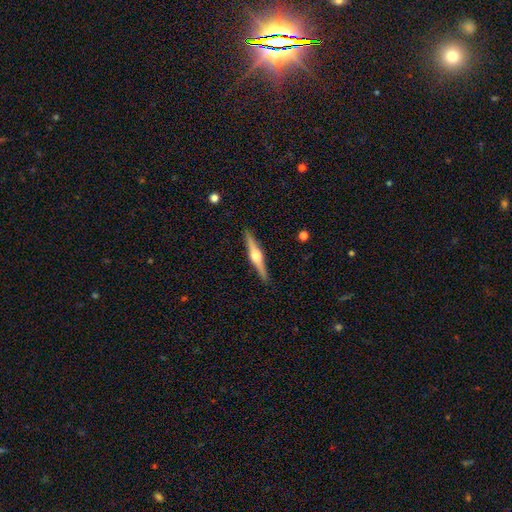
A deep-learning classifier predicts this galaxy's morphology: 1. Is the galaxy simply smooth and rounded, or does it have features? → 78% featured or disk, 17% smooth, 5% star or artifact.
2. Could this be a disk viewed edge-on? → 98% yes, 2% no.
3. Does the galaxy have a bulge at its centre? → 94% rounded, 4% boxy, 2% none.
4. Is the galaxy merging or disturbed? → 91% none, 6% minor disturbance, 1% major disturbance, 1% merger.